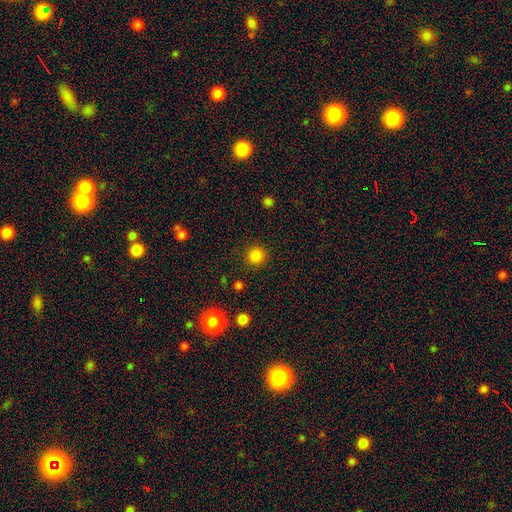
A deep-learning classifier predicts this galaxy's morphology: The model was most divided on "smooth or featured": smooth: 84%, star or artifact: 12%, featured or disk: 3%. More confident: how rounded — round (94%); merging — none (91%).